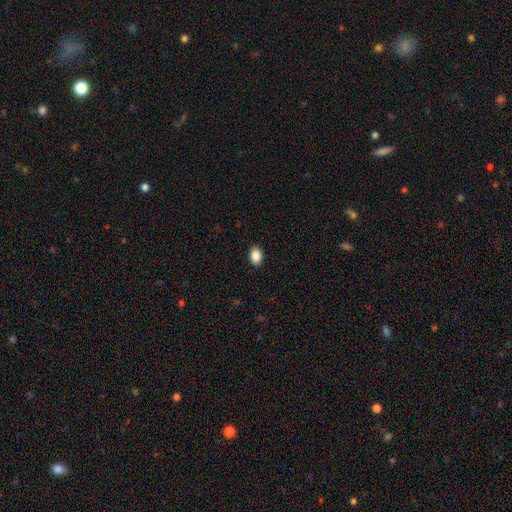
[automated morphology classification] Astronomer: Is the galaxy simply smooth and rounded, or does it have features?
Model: smooth — 89%.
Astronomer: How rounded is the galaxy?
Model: in between — 83%.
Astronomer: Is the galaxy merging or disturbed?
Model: none — 90%.